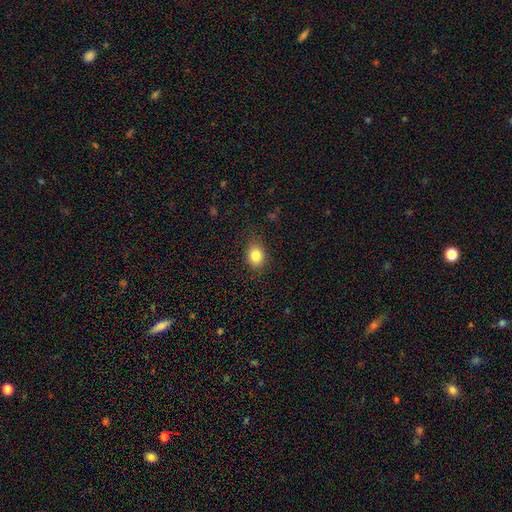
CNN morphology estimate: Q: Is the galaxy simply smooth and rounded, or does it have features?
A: smooth — 83%.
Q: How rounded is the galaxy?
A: in between — 52%.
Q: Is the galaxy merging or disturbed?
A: none — 83%.